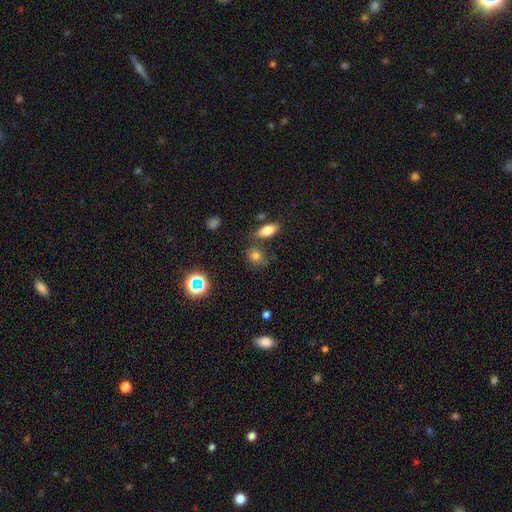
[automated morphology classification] A smooth galaxy with no disk features (72%) that is round (51%). Merging: none (70%).